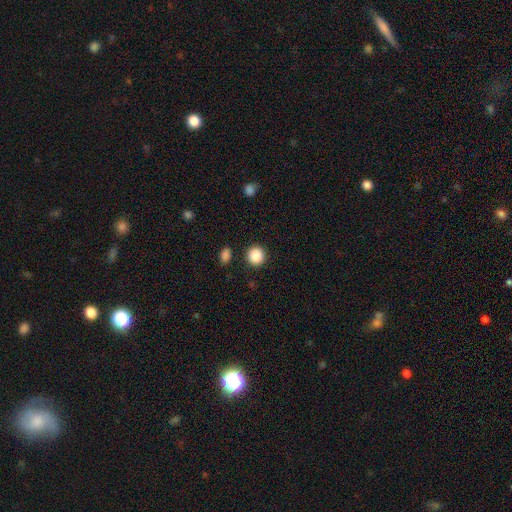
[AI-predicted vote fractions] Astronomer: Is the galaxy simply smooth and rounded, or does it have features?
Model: smooth — 88%.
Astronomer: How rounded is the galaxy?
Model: round — 93%.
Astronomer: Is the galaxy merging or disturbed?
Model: none — 90%.